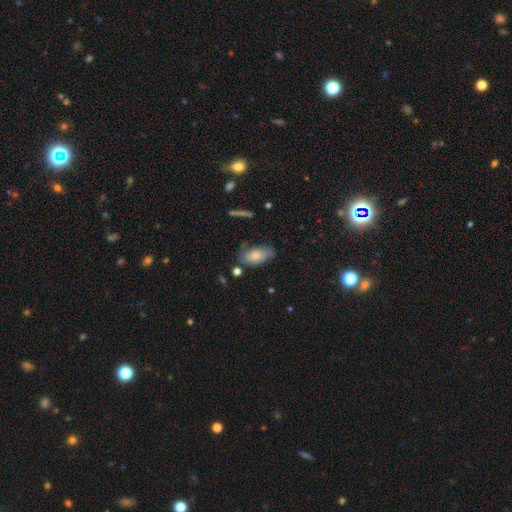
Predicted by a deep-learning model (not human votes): Smooth or featured? Predicted: smooth (p=0.61). How rounded? Predicted: in between (p=0.91). Merging? Predicted: none (p=0.58).